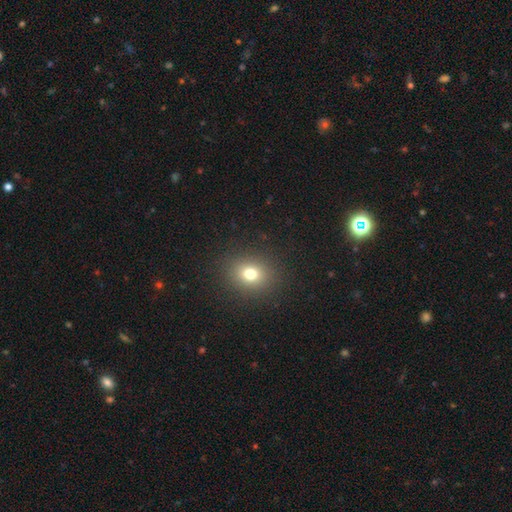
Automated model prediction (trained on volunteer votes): This appears to be a smooth galaxy with no disk features (68%) that is round (73%). Merging: none (92%).